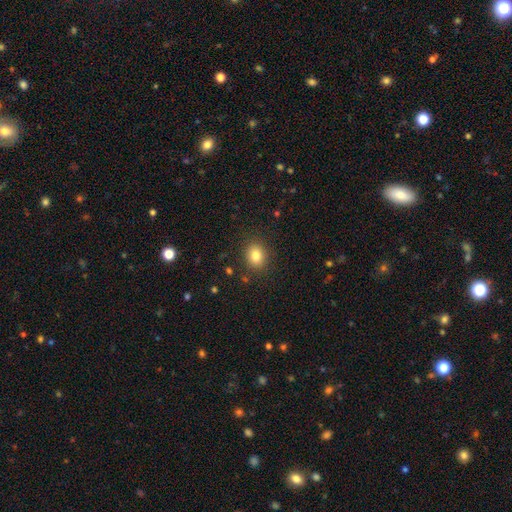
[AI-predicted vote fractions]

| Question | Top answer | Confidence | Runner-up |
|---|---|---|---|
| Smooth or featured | smooth | 82% | star or artifact (11%) |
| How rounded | round | 55% | in between (44%) |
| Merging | none | 88% | minor disturbance (8%) |